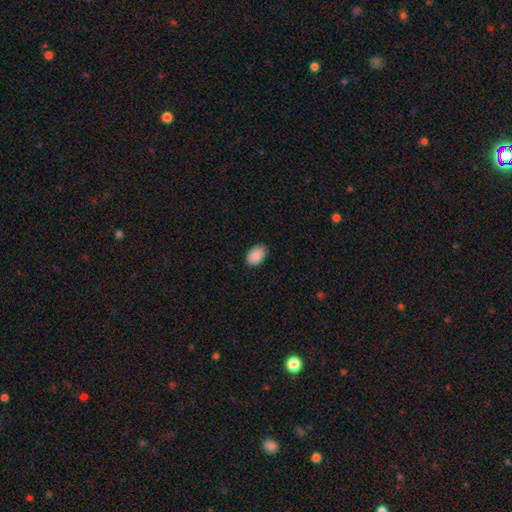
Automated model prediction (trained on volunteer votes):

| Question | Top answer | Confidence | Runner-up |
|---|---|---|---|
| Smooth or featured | smooth | 90% | star or artifact (7%) |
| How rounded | in between | 87% | round (12%) |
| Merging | none | 82% | minor disturbance (14%) |